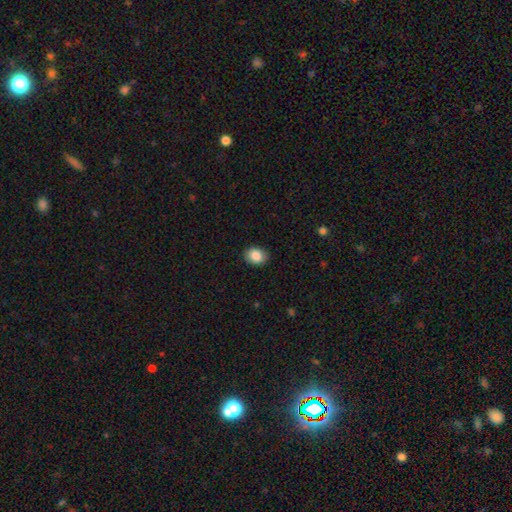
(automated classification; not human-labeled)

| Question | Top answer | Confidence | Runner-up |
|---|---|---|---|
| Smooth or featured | smooth | 87% | star or artifact (8%) |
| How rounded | in between | 62% | round (37%) |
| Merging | none | 88% | minor disturbance (9%) |